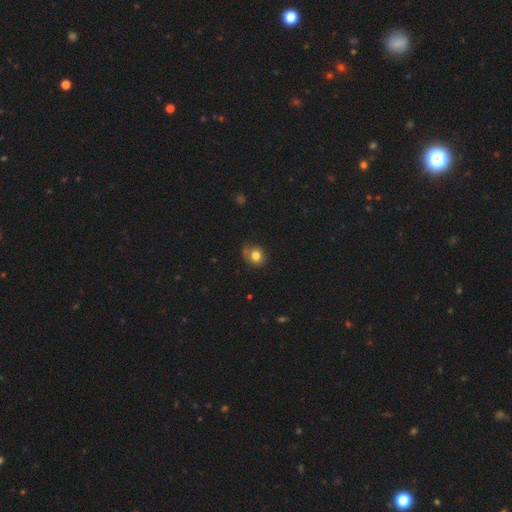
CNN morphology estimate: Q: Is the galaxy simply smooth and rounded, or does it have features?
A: smooth — 79%.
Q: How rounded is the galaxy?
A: round — 71%.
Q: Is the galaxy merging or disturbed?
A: none — 62%.